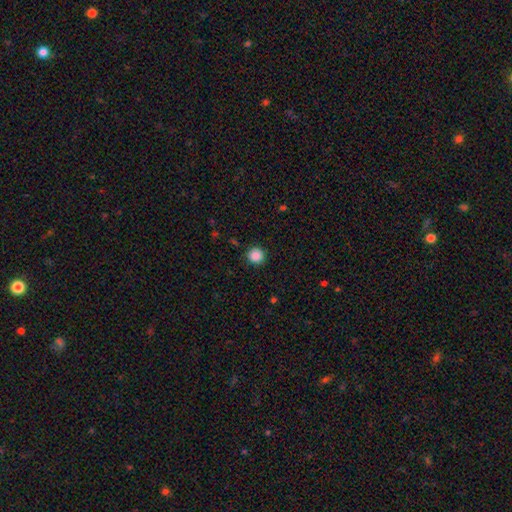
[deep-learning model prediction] Smooth or featured? smooth (87%)
How rounded? round (94%)
Merging? none (90%)